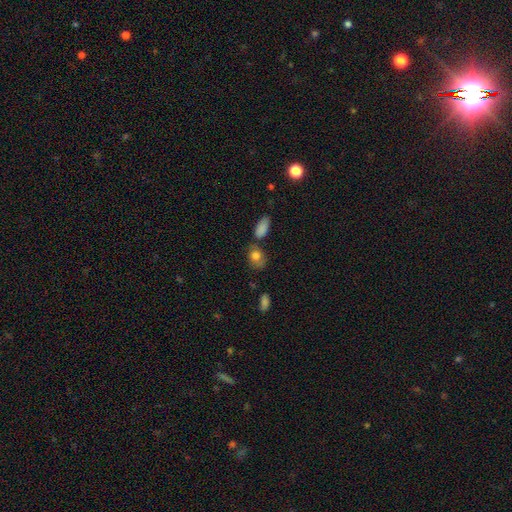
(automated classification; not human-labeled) Q: Smooth or featured?
A: smooth (79%); runner-up: featured or disk (13%)
Q: How rounded?
A: in between (65%); runner-up: round (32%)
Q: Merging?
A: none (54%); runner-up: minor disturbance (23%)